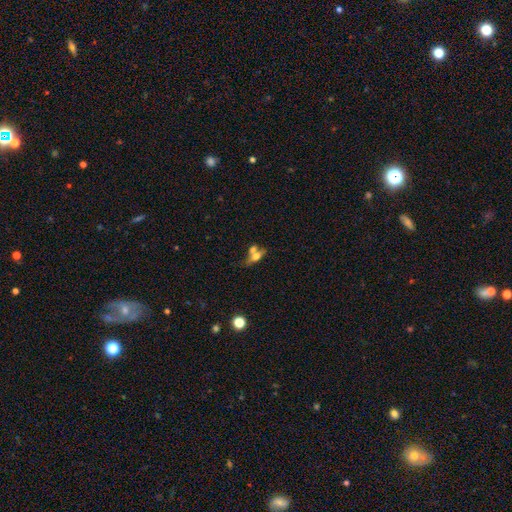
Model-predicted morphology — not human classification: A smooth galaxy with no disk features (52%) that is in between round and cigar-shaped (62%). Merging: merger (50%).